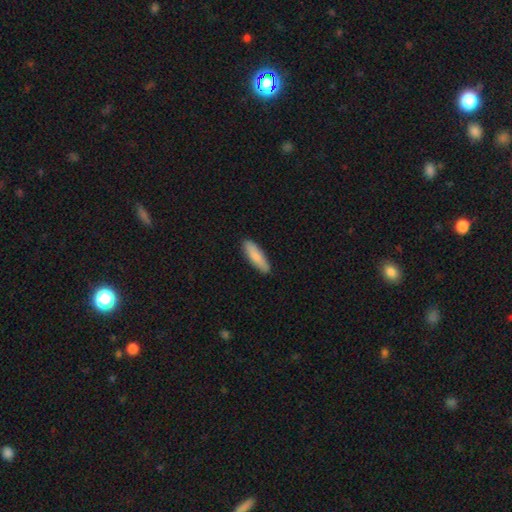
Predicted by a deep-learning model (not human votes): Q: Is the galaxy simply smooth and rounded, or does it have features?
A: smooth — 85%.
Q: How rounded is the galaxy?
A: cigar-shaped — 63%.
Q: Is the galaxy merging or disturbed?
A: none — 88%.